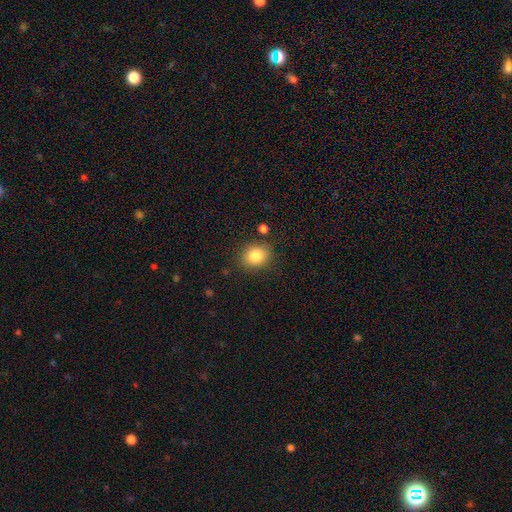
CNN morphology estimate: smooth_or_featured: smooth (p=0.83) [alt: star or artifact p=0.10]
how_rounded: round (p=0.58) [alt: in between p=0.41]
merging: none (p=0.83) [alt: minor disturbance p=0.10]